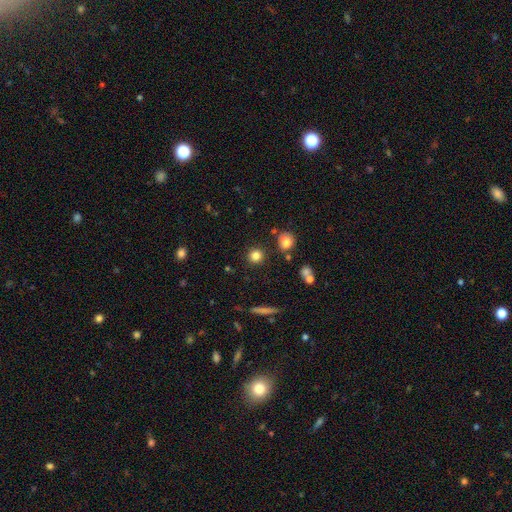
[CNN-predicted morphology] Overall: smooth (82%). How rounded: round (91%). Merging: none (88%).